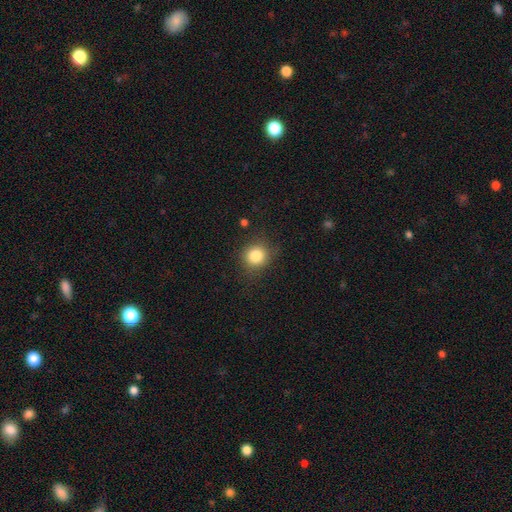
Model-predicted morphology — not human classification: Smooth or featured? smooth (84%)
How rounded? round (85%)
Merging? none (83%)